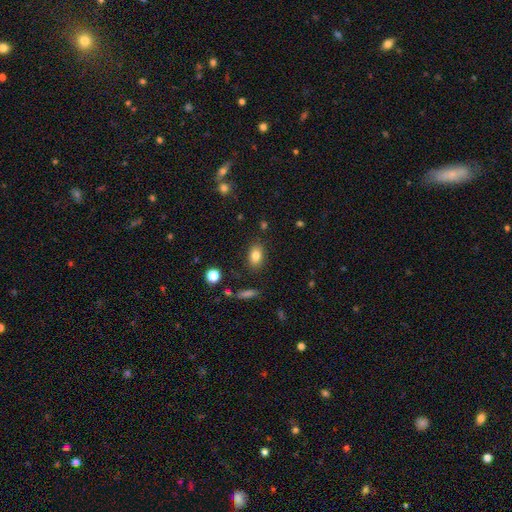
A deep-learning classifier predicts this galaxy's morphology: smooth_or_featured: smooth (p=0.82) [alt: star or artifact p=0.10]
how_rounded: in between (p=0.83) [alt: round p=0.14]
merging: none (p=0.84) [alt: minor disturbance p=0.10]